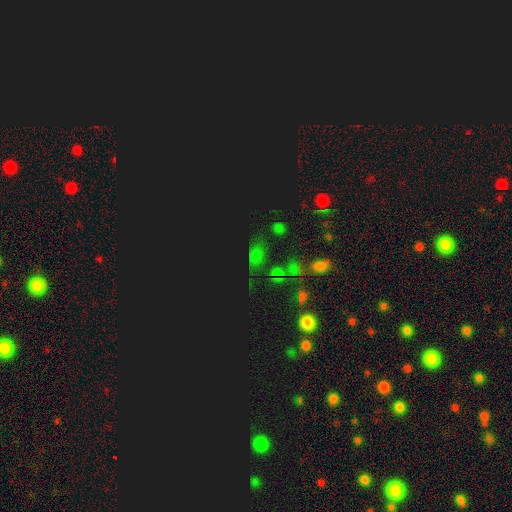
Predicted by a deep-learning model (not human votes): smooth_or_featured: star or artifact (p=0.64) [alt: smooth p=0.27]